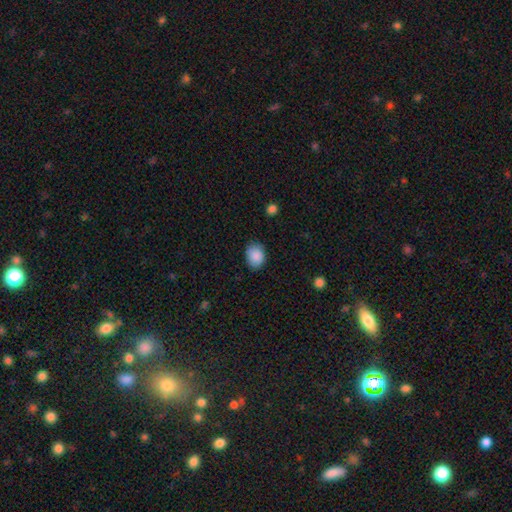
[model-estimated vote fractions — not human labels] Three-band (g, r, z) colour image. It shows a smooth galaxy with no disk features (89%) that is in between round and cigar-shaped (58%). Merging: none (82%).